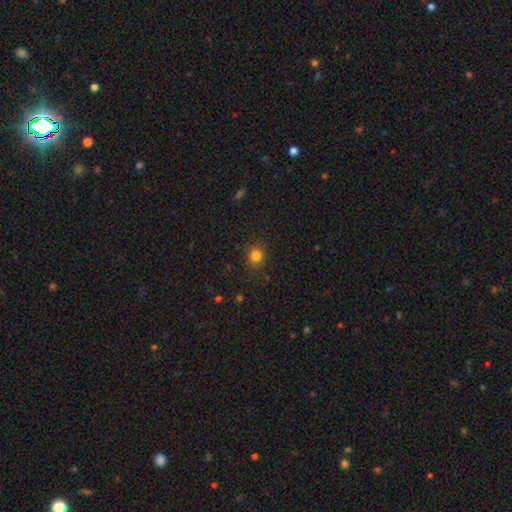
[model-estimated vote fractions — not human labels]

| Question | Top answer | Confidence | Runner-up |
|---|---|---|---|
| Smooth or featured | smooth | 81% | star or artifact (14%) |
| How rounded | round | 76% | in between (23%) |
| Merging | none | 85% | minor disturbance (10%) |